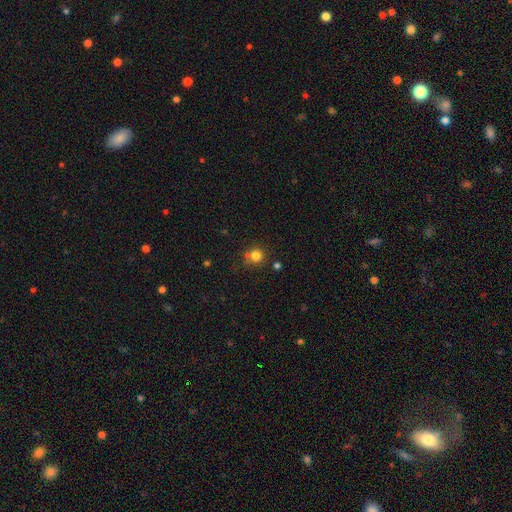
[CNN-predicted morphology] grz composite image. It shows a smooth galaxy with no disk features (79%) that is round (91%). Merging: none (70%).